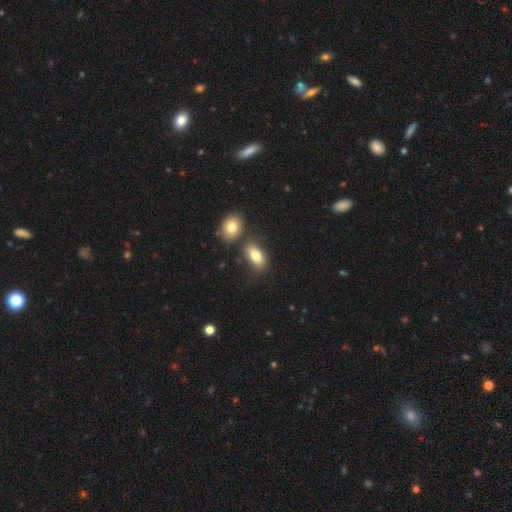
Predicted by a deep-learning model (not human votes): The model was most divided on "merging": none: 62%, merger: 19%, minor disturbance: 13%, major disturbance: 5%. More confident: how rounded — in between (86%); smooth or featured — smooth (78%).